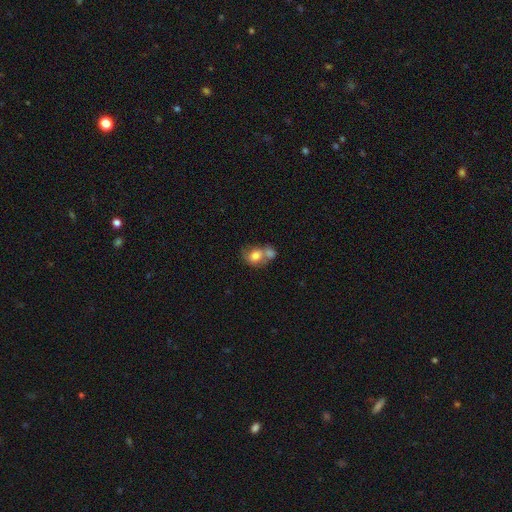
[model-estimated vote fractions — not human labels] This is likely a smooth galaxy (72%). How rounded: possibly round (50%). Merging: possibly merger (59%).